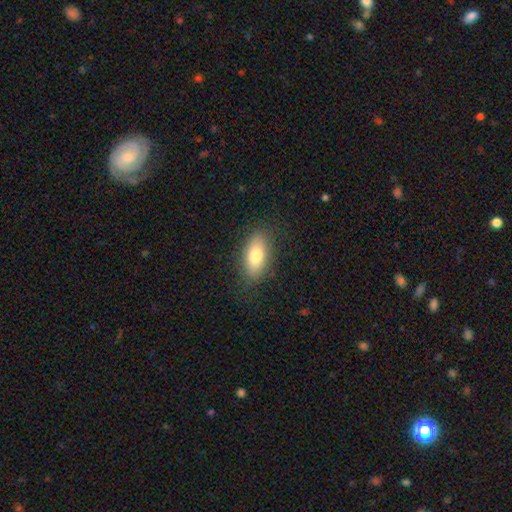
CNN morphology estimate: type=smooth (78%); roundness=in between (85%); merging=none (84%).